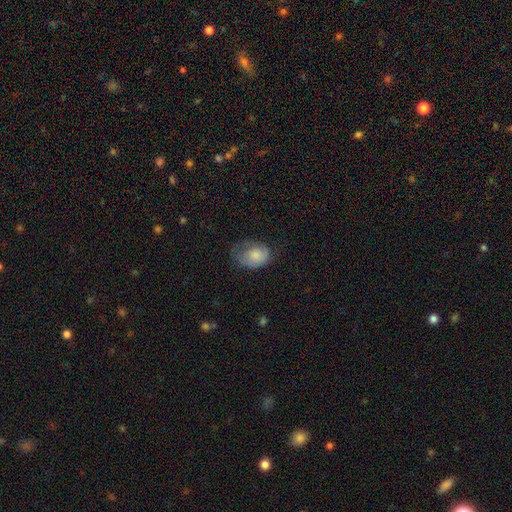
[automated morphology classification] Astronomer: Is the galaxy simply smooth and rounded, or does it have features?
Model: smooth — 76%.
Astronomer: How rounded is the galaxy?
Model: in between — 74%.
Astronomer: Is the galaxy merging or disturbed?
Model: minor disturbance — 36% (runner-up: none, 35%).